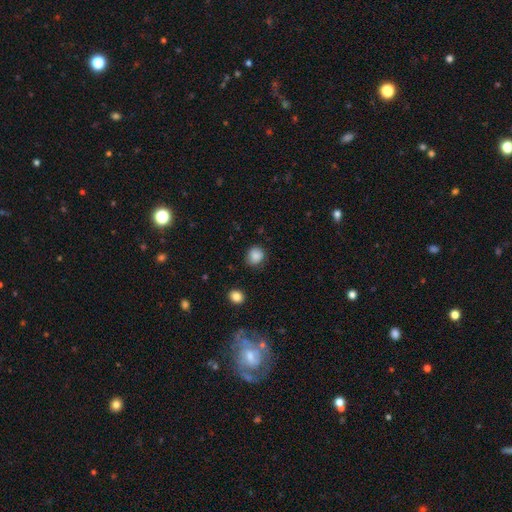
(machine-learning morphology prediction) smooth-or-featured: smooth: 86% | star or artifact: 10% | featured or disk: 4%
  how-rounded: round: 79% | in between: 21% | cigar-shaped: 1%
  merging: none: 79% | minor disturbance: 16% | major disturbance: 4% | merger: 2%